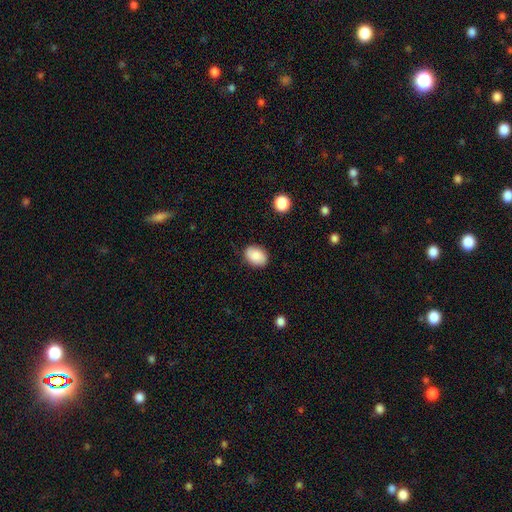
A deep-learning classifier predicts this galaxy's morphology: The model was most divided on "how rounded": in between: 75%, round: 24%, cigar-shaped: 1%. More confident: smooth or featured — smooth (87%); merging — none (84%).